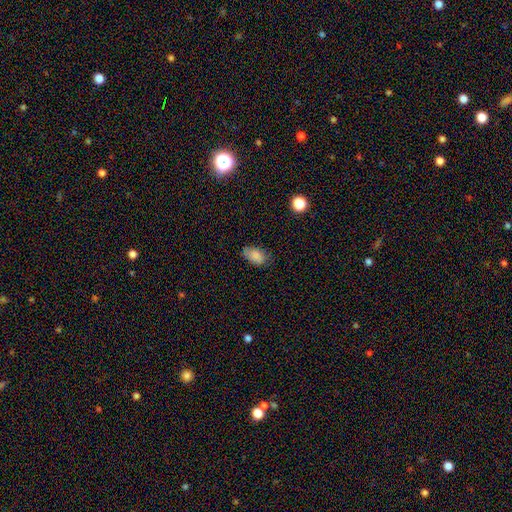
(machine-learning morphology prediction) The model was most divided on "merging": none: 71%, minor disturbance: 23%, major disturbance: 5%, merger: 1%. More confident: how rounded — in between (91%); smooth or featured — smooth (85%).